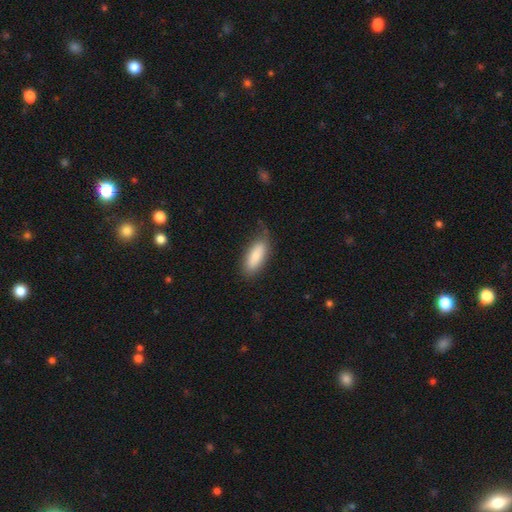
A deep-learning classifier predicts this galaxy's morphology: Smooth or featured?
  - smooth: 84% *
  - featured or disk: 10%
  - star or artifact: 6%
How rounded?
  - in between: 72% *
  - cigar-shaped: 26%
  - round: 2%
Merging?
  - none: 71% *
  - minor disturbance: 22%
  - major disturbance: 6%
  - merger: 2%